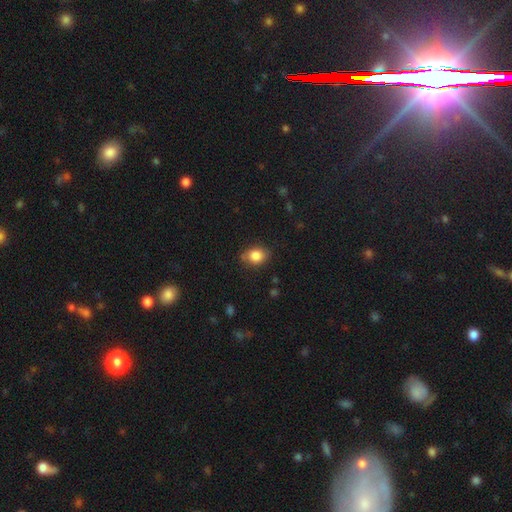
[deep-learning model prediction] Smooth or featured?
  - smooth: 85% *
  - star or artifact: 9%
  - featured or disk: 7%
How rounded?
  - in between: 57% *
  - round: 41%
  - cigar-shaped: 1%
Merging?
  - none: 77% *
  - minor disturbance: 17%
  - major disturbance: 4%
  - merger: 2%